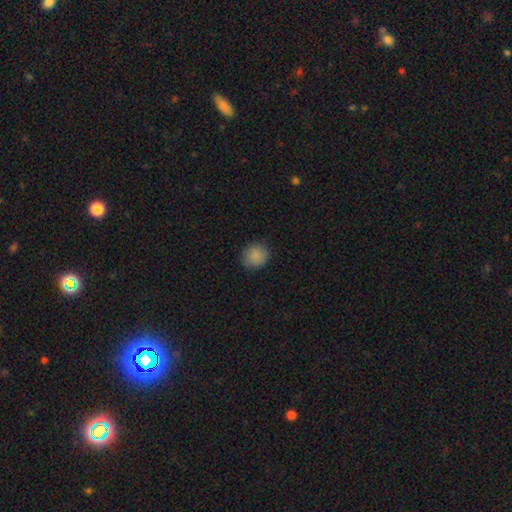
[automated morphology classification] This is clearly a smooth galaxy (87%). How rounded: clearly round (85%). Merging: clearly none (84%).